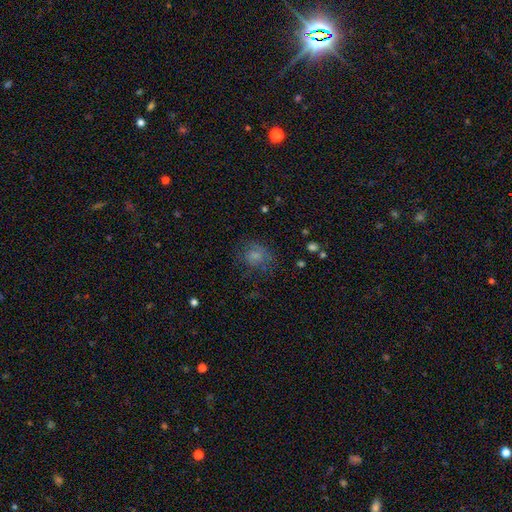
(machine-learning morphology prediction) The model was most divided on "how rounded": round: 69%, in between: 30%, cigar-shaped: 1%. More confident: smooth or featured — smooth (67%); merging — none (61%).